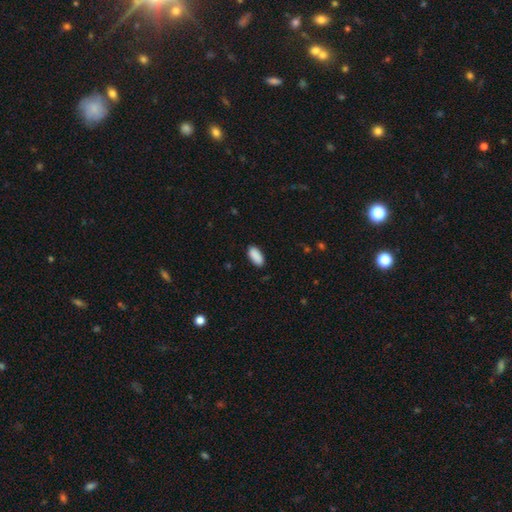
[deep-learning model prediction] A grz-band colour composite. It shows a smooth galaxy with no disk features (91%) that is in between round and cigar-shaped (90%). Merging: none (87%).